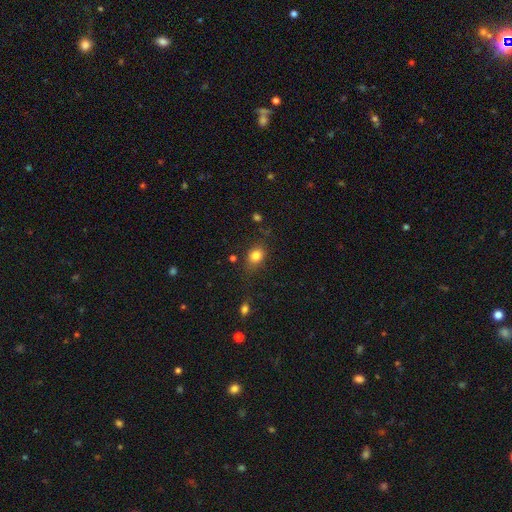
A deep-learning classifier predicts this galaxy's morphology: type=smooth (81%); roundness=in between (50%); merging=none (74%).